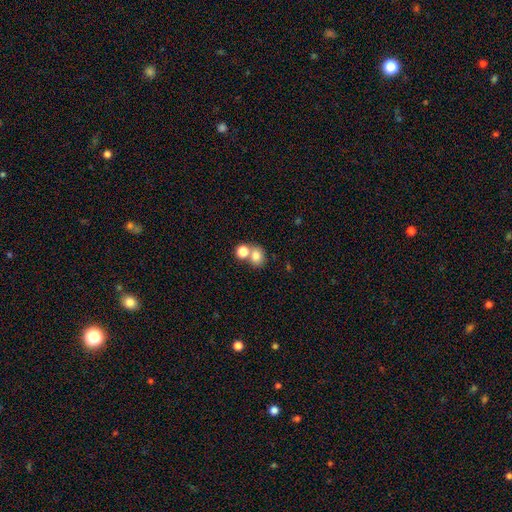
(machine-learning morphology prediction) smooth-or-featured: smooth: 78% | star or artifact: 12% | featured or disk: 10%
  how-rounded: round: 64% | in between: 35% | cigar-shaped: 1%
  merging: none: 45% | merger: 44% | minor disturbance: 8% | major disturbance: 4%